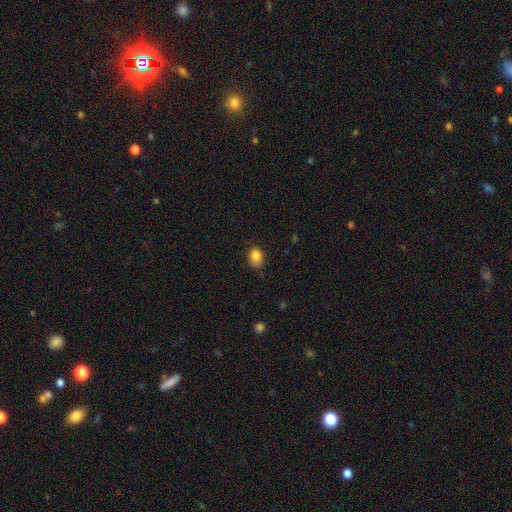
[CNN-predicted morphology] Smooth or featured? smooth (83%)
How rounded? in between (66%)
Merging? none (67%)